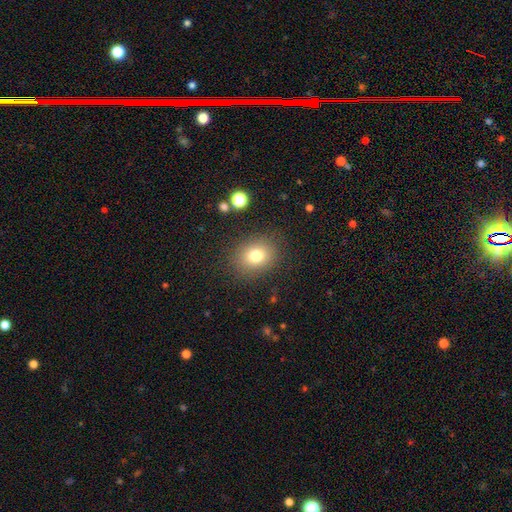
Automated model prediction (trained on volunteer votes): Smooth or featured: smooth — 76% (star or artifact — 13%)
How rounded: round — 56% (in between — 43%)
Merging: none — 85% (minor disturbance — 10%)